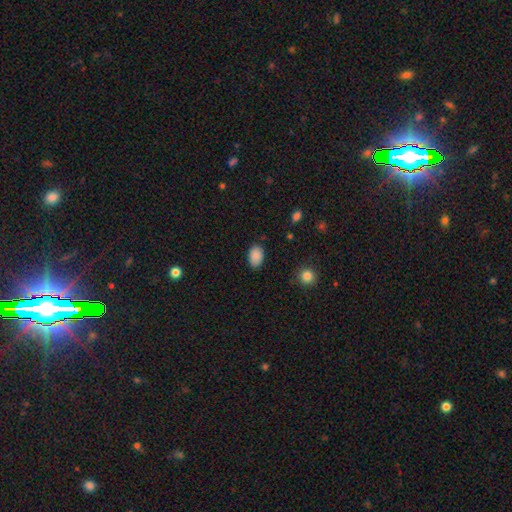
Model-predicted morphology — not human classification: This is clearly a smooth galaxy (88%). How rounded: clearly in between (86%). Merging: clearly none (82%).